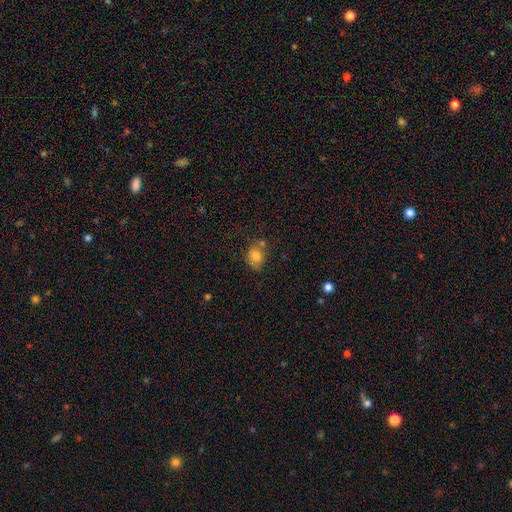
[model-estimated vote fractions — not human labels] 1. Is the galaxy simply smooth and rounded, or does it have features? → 79% smooth, 11% featured or disk, 10% star or artifact.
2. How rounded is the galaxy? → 51% in between, 48% round, 1% cigar-shaped.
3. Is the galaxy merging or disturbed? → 54% none, 24% minor disturbance, 16% merger, 7% major disturbance.